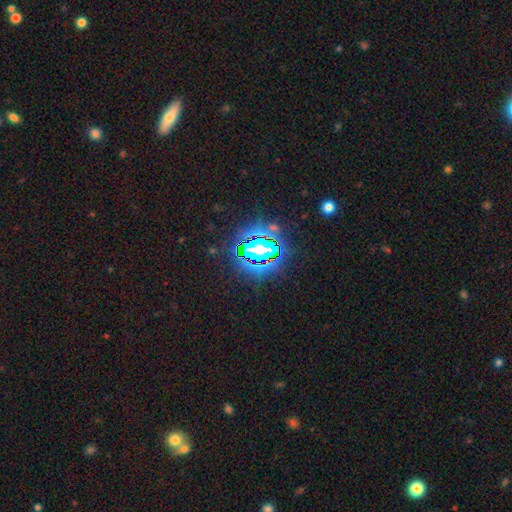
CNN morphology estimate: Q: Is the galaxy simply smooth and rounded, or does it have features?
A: star or artifact — 81%.